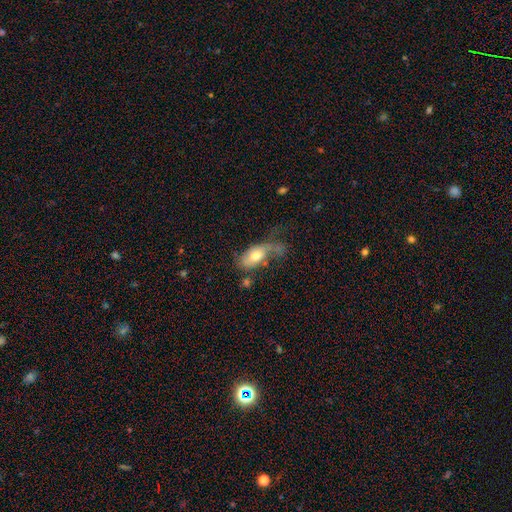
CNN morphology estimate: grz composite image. It shows a smooth galaxy with no disk features (60%) that is in between round and cigar-shaped (87%). Merging: major disturbance (34%).